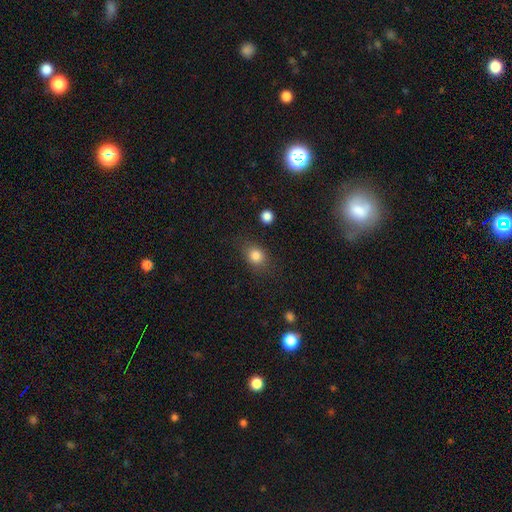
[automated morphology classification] Q: Smooth or featured?
A: smooth (83%); runner-up: star or artifact (10%)
Q: How rounded?
A: round (55%); runner-up: in between (43%)
Q: Merging?
A: none (76%); runner-up: minor disturbance (16%)